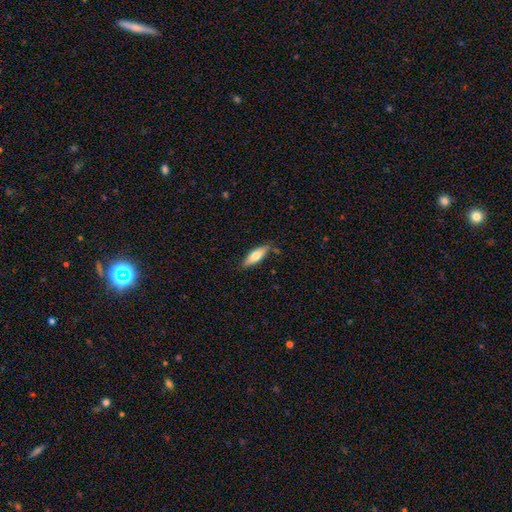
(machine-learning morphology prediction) Smooth or featured? smooth (68%)
How rounded? in between (52%)
Merging? none (80%)